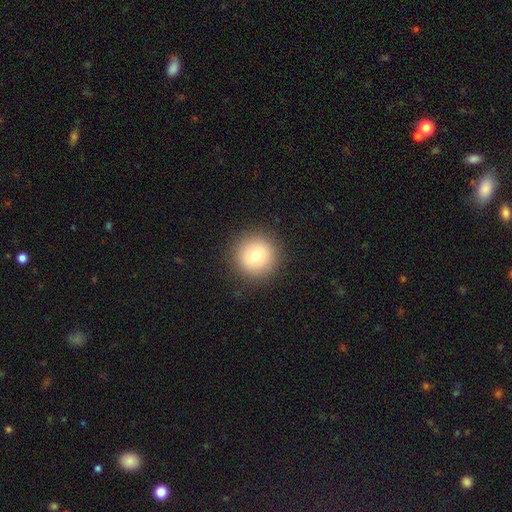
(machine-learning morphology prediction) Smooth or featured? Predicted: smooth (p=0.77). How rounded? Predicted: round (p=0.96). Merging? Predicted: none (p=0.90).